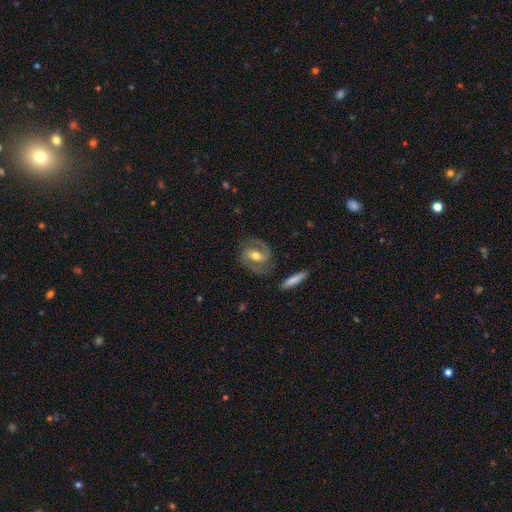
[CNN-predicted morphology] Smooth or featured? featured or disk (81%)
Edge-on disk? no (96%)
Bar? weak (41%)
Spiral arms? yes (93%)
Spiral winding? medium (52%)
Spiral arm count? 2 (90%)
Bulge size? moderate (72%)
Merging? none (80%)